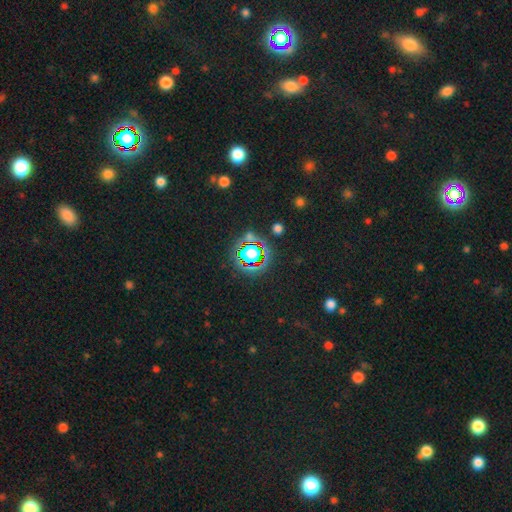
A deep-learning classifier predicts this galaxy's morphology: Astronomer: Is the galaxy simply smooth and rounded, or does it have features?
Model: star or artifact — 78%.